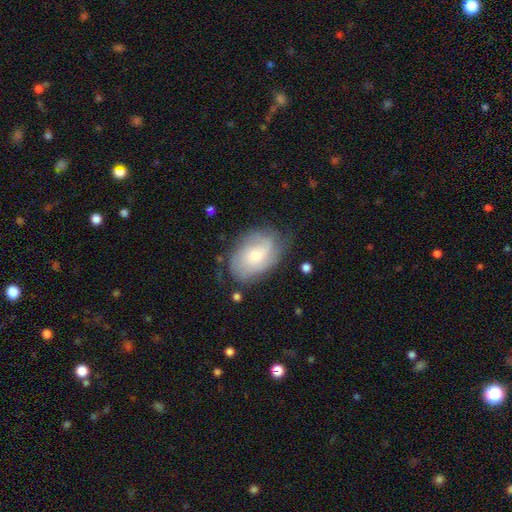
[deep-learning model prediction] Smooth or featured?
  - featured or disk: 55% *
  - smooth: 38%
  - star or artifact: 7%
Edge-on disk?
  - no: 96% *
  - yes: 4%
Bar?
  - no: 64% *
  - weak: 31%
  - strong: 5%
Spiral arms?
  - yes: 83% *
  - no: 17%
Bulge size?
  - moderate: 48% *
  - small: 43%
  - large: 5%
  - none: 3%
  - dominant: 1%
Merging?
  - none: 64% *
  - minor disturbance: 25%
  - major disturbance: 9%
  - merger: 2%